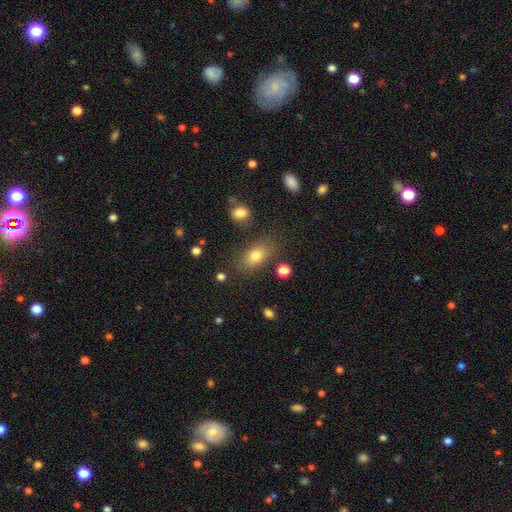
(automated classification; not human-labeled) Smooth or featured? smooth (78%)
How rounded? in between (82%)
Merging? none (75%)